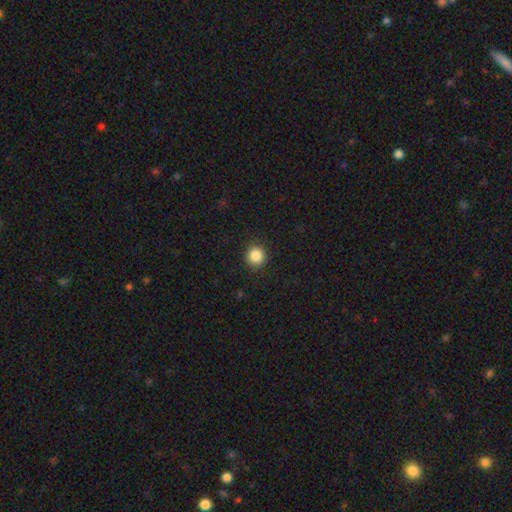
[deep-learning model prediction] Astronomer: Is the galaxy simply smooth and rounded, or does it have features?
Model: smooth — 86%.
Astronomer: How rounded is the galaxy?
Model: round — 92%.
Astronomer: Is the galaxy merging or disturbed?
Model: none — 91%.